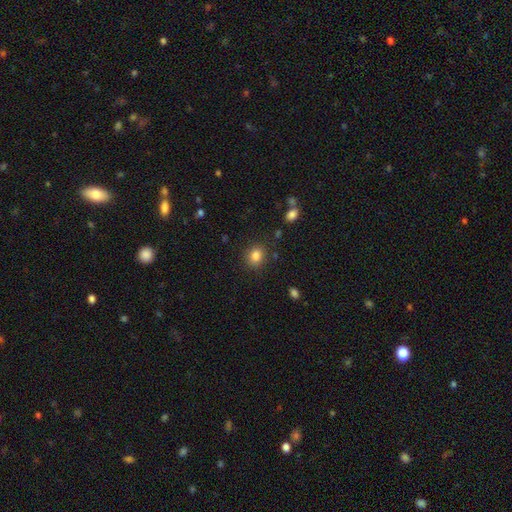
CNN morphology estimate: A smooth galaxy with no disk features (84%) that is round (67%).

Vote fractions:
- Smooth or featured? smooth: 84% / star or artifact: 11% / featured or disk: 5%
- How rounded? round: 67% / in between: 32% / cigar-shaped: 1%
- Merging? none: 85% / minor disturbance: 9% / major disturbance: 3% / merger: 2%